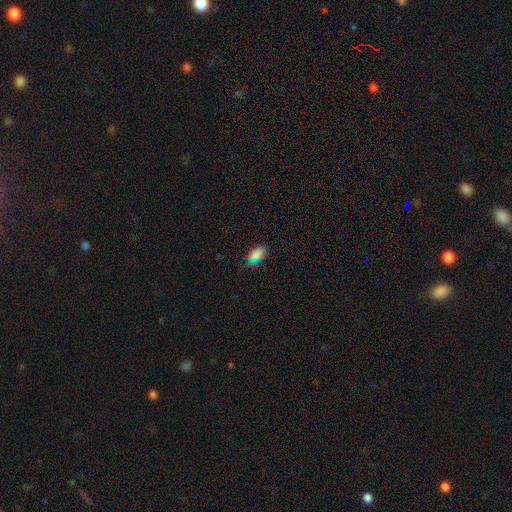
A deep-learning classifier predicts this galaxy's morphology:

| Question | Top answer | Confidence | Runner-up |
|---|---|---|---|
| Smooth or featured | smooth | 71% | star or artifact (23%) |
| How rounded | in between | 89% | round (7%) |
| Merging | none | 68% | minor disturbance (22%) |